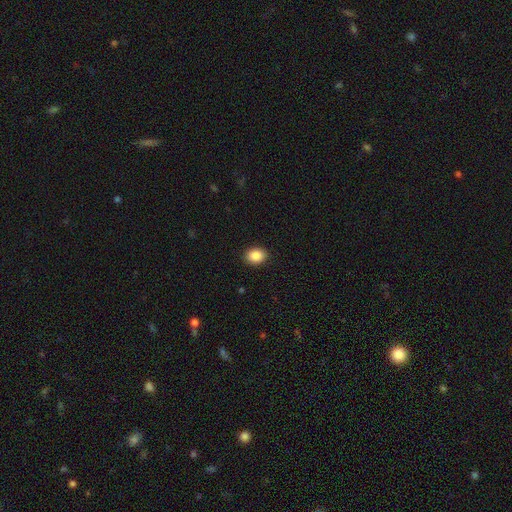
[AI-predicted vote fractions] The model was most divided on "how rounded": in between: 60%, round: 39%, cigar-shaped: 1%. More confident: merging — none (91%); smooth or featured — smooth (88%).